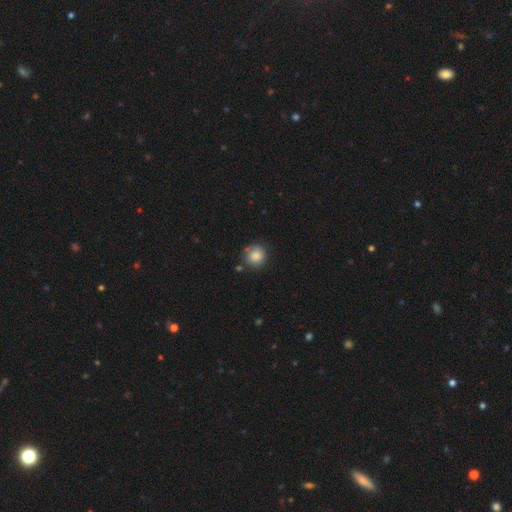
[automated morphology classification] smooth_or_featured: smooth (p=0.84) [alt: star or artifact p=0.09]
how_rounded: round (p=0.91) [alt: in between p=0.08]
merging: none (p=0.75) [alt: minor disturbance p=0.16]